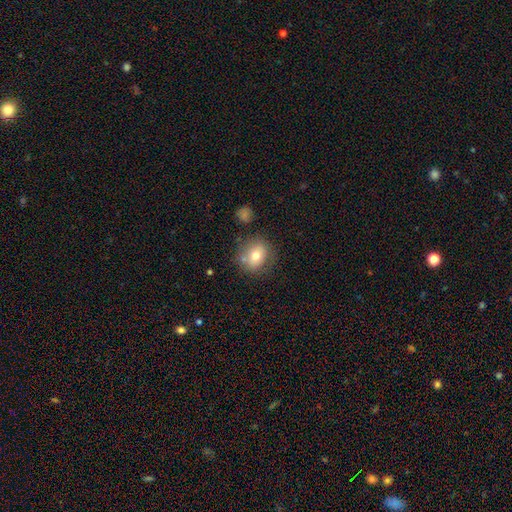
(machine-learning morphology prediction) Overall: smooth (72%). How rounded: round (68%; in between 31%). Merging: none (69%).